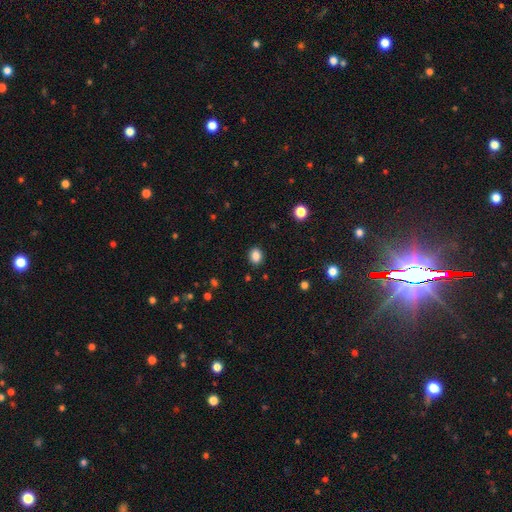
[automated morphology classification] smooth_or_featured: smooth (p=0.86) [alt: star or artifact p=0.10]
how_rounded: in between (p=0.55) [alt: round p=0.44]
merging: none (p=0.89) [alt: minor disturbance p=0.08]